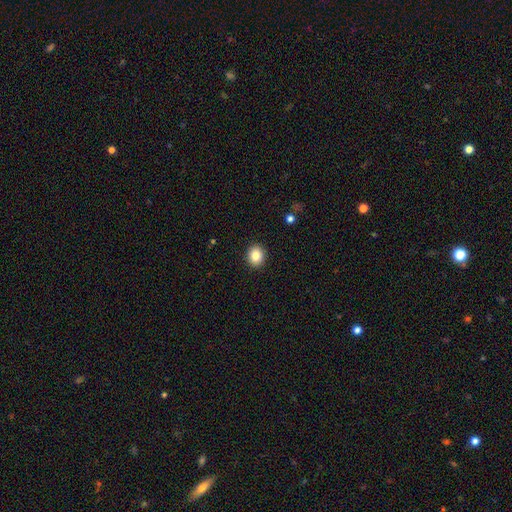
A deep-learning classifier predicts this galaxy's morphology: Smooth or featured?
  - smooth: 84% *
  - star or artifact: 10%
  - featured or disk: 7%
How rounded?
  - round: 72% *
  - in between: 27%
  - cigar-shaped: 1%
Merging?
  - none: 92% *
  - minor disturbance: 5%
  - major disturbance: 2%
  - merger: 1%